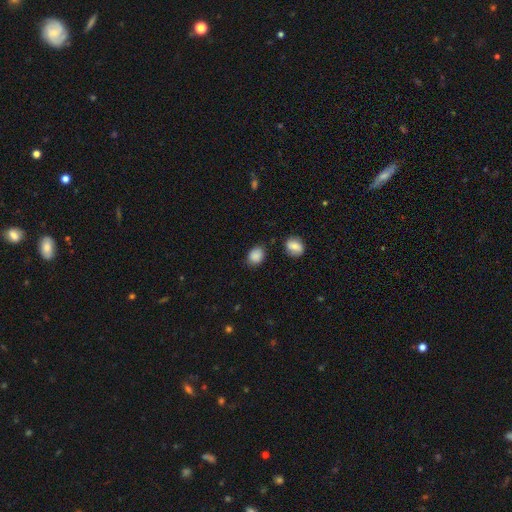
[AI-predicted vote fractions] smooth-or-featured: smooth: 86% | star or artifact: 9% | featured or disk: 5%
  how-rounded: in between: 64% | round: 35% | cigar-shaped: 1%
  merging: none: 79% | minor disturbance: 15% | merger: 3% | major disturbance: 3%